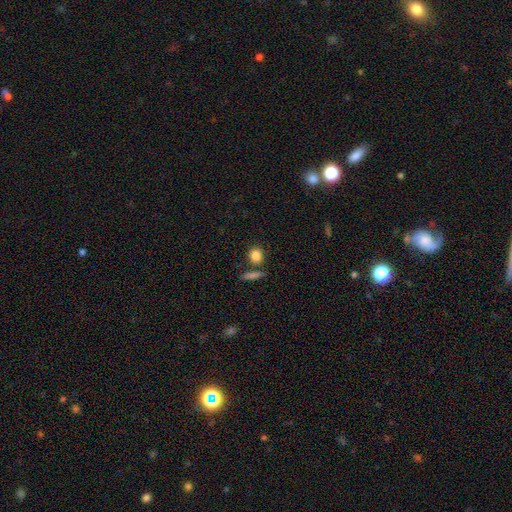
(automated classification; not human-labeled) This appears to be a smooth galaxy with no disk features (85%) that is round (70%). Merging: none (76%).